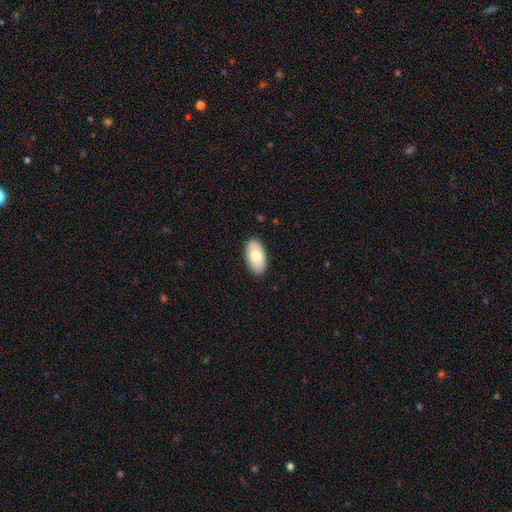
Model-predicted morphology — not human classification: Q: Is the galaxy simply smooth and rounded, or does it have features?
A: smooth — 76%.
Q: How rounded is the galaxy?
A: in between — 95%.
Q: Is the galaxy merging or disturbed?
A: none — 88%.